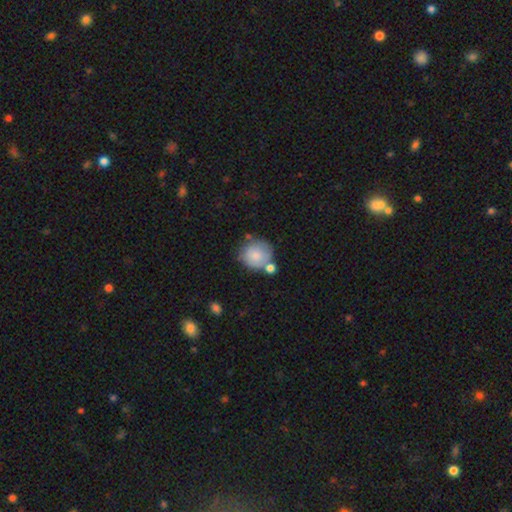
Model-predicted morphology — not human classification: smooth 77%, featured or disk 15%, star or artifact 7%. Down the decision tree: how rounded — round (88%); merging — none (57%).